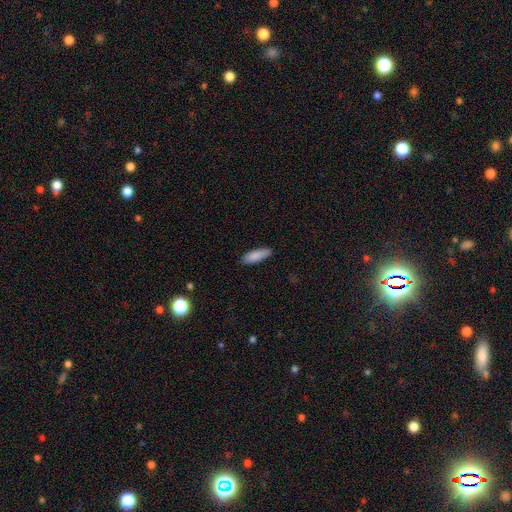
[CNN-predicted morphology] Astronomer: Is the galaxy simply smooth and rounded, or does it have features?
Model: smooth — 87%.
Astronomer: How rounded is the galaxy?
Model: in between — 54% (runner-up: cigar-shaped, 44%).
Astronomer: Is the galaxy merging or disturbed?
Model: none — 86%.